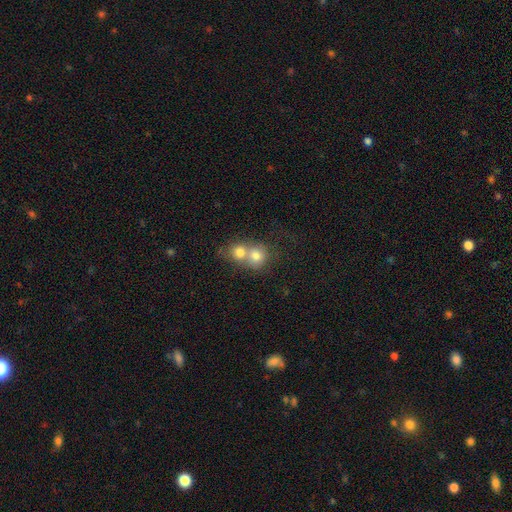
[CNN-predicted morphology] The model was most divided on "merging": merger: 70%, none: 23%, minor disturbance: 5%, major disturbance: 3%. More confident: how rounded — round (76%); smooth or featured — smooth (74%).